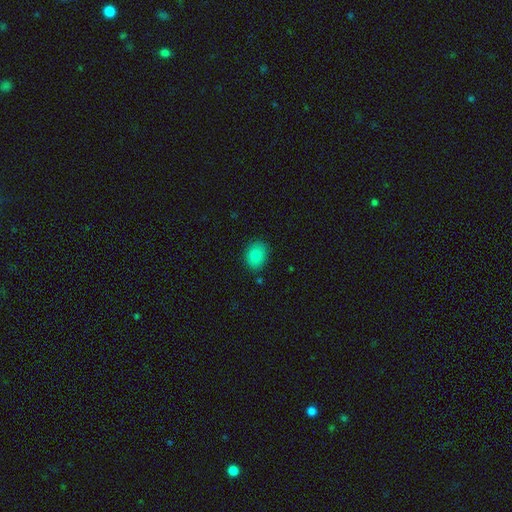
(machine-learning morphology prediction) The model was most divided on "how rounded": in between: 54%, round: 45%, cigar-shaped: 1%. More confident: smooth or featured — smooth (85%); merging — none (83%).